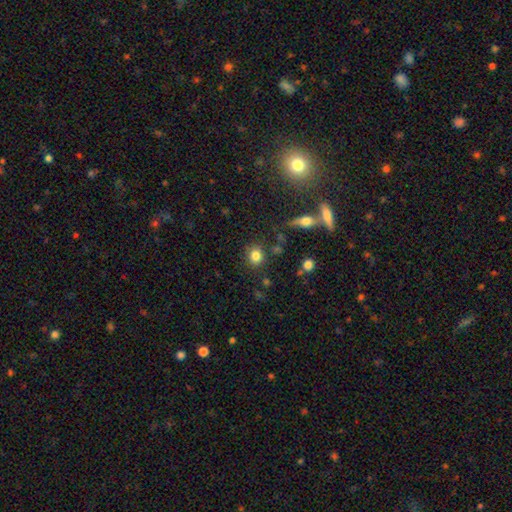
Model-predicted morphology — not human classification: Smooth or featured? smooth (82%)
How rounded? round (74%)
Merging? none (84%)